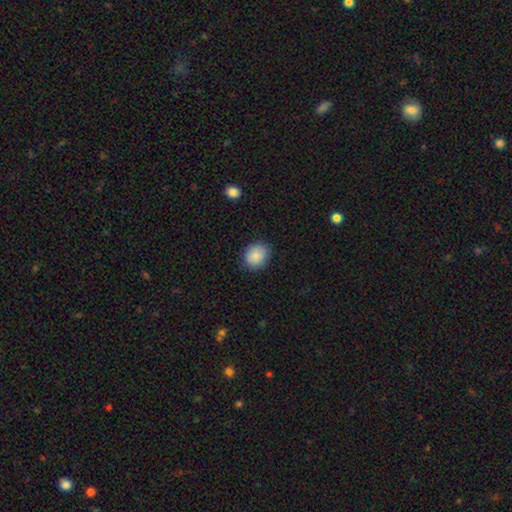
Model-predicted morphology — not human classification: Smooth or featured? smooth (88%)
How rounded? round (68%)
Merging? none (86%)